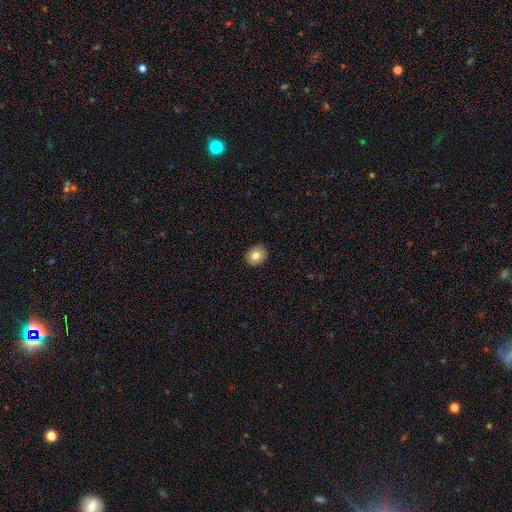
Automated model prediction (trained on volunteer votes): Q: Smooth or featured?
A: smooth (81%); runner-up: featured or disk (11%)
Q: How rounded?
A: in between (54%); runner-up: round (45%)
Q: Merging?
A: none (88%); runner-up: minor disturbance (9%)